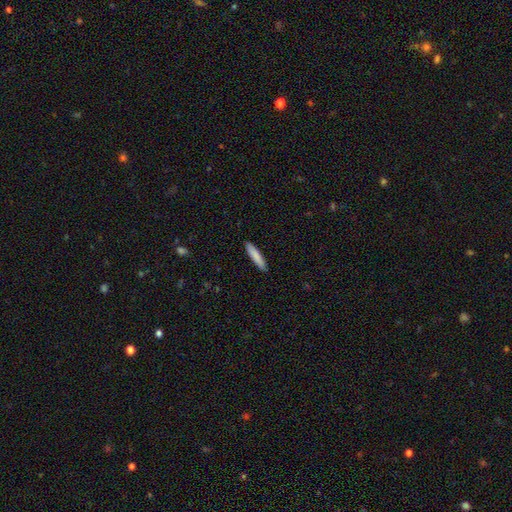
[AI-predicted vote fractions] Overall: smooth (83%). How rounded: cigar-shaped (88%). Merging: none (90%).